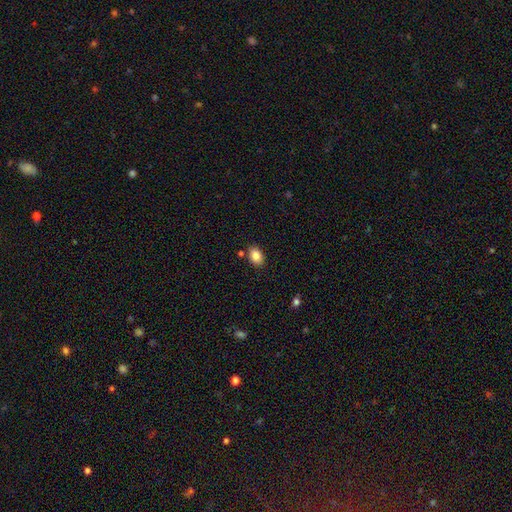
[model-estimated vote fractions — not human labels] Smooth or featured: smooth — 85% (star or artifact — 9%)
How rounded: in between — 78% (round — 21%)
Merging: none — 82% (minor disturbance — 11%)